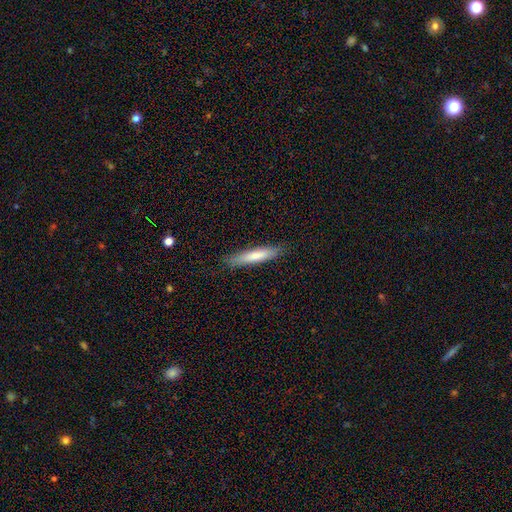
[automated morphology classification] type=smooth (75%); roundness=cigar-shaped (87%); merging=none (87%).